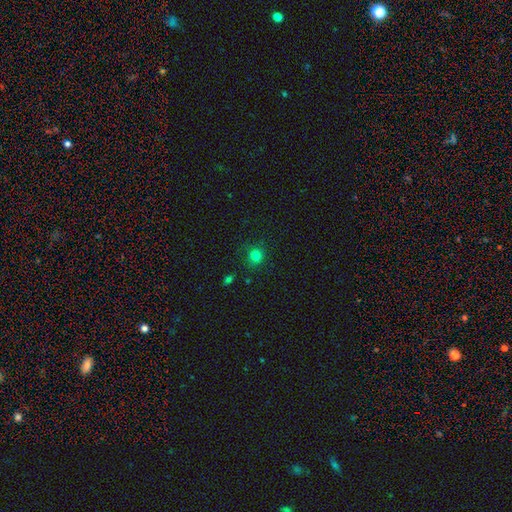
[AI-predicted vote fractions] Morphology: type=smooth (79%); roundness=round (86%); merging=none (84%).